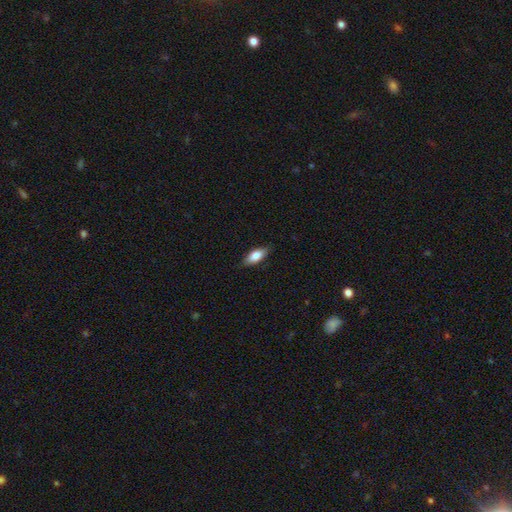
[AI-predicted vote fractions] smooth_or_featured: smooth (p=0.80) [alt: featured or disk p=0.14]
how_rounded: in between (p=0.81) [alt: cigar-shaped p=0.16]
merging: none (p=0.84) [alt: minor disturbance p=0.13]